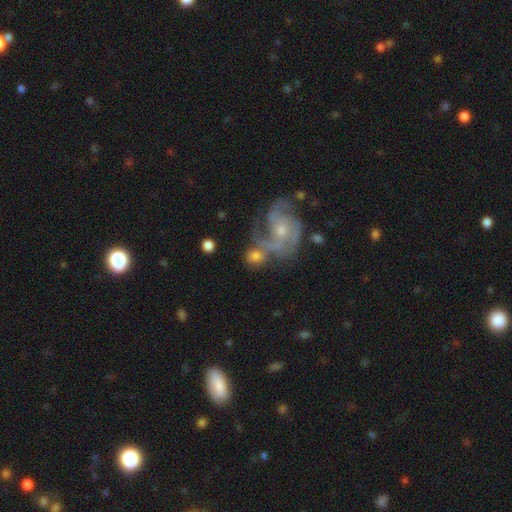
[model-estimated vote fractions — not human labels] A smooth galaxy with no disk features (49%).

Vote fractions:
- Smooth or featured? smooth: 49% / featured or disk: 42% / star or artifact: 9%
- Merging? none: 39% / merger: 37% / minor disturbance: 13% / major disturbance: 11%